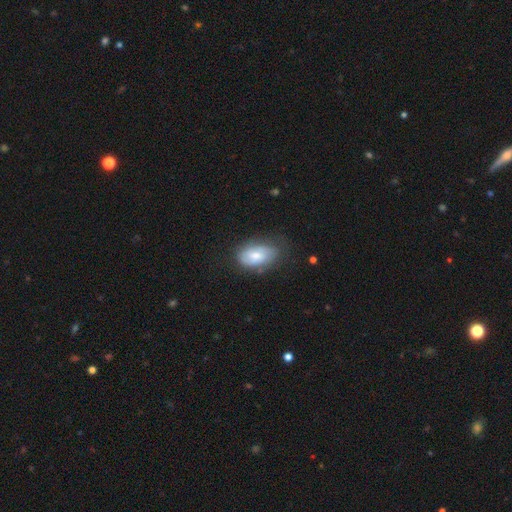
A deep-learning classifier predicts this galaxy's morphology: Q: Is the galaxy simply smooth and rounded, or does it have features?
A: smooth — 65%.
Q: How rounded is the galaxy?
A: in between — 91%.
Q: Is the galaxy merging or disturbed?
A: none — 60%.